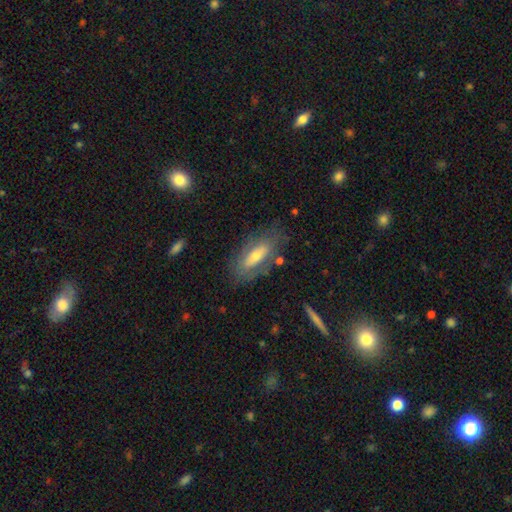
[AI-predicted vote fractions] This is possibly a smooth galaxy (50%). Merging: likely none (74%).